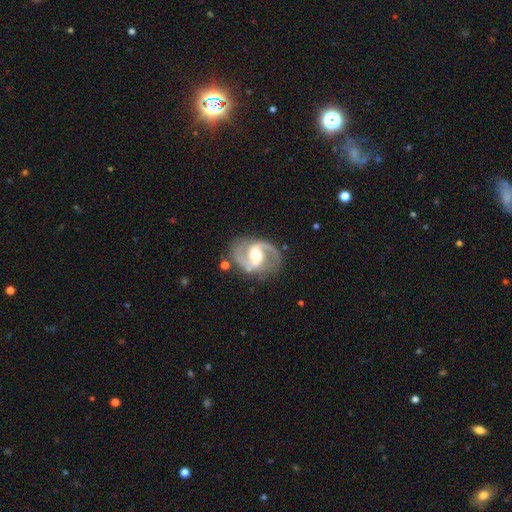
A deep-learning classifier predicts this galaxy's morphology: A featured or disk galaxy (91%) with a weak bar (44%), 2 (94%) medium (62%) spiral arms (97%) and a moderate central bulge (70%). Merging: none (81%).